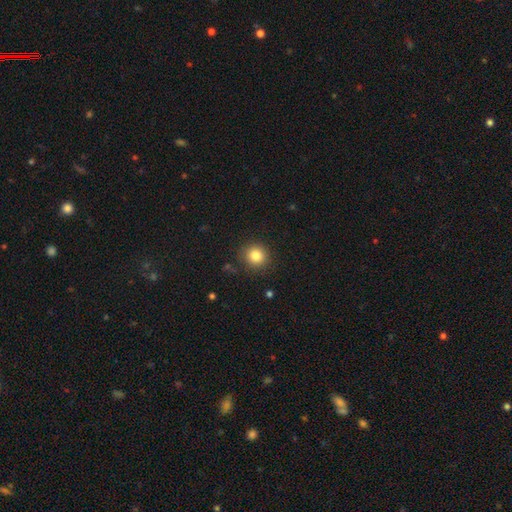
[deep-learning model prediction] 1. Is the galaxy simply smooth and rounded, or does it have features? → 83% smooth, 11% star or artifact, 6% featured or disk.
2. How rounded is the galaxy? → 91% round, 8% in between, 1% cigar-shaped.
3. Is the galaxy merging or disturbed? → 88% none, 8% minor disturbance, 3% major disturbance, 1% merger.